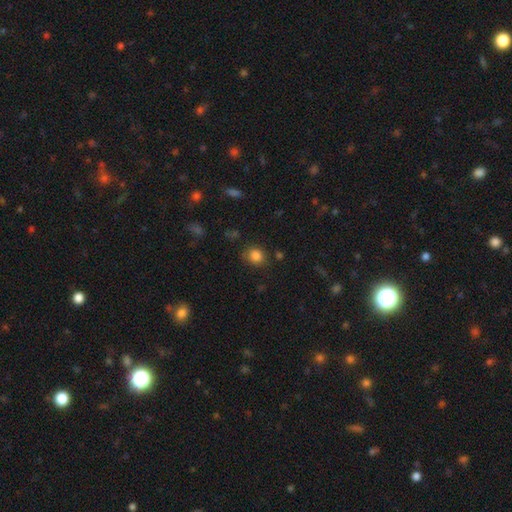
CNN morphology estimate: The model was most divided on "how rounded": round: 76%, in between: 23%, cigar-shaped: 1%. More confident: smooth or featured — smooth (84%); merging — none (78%).